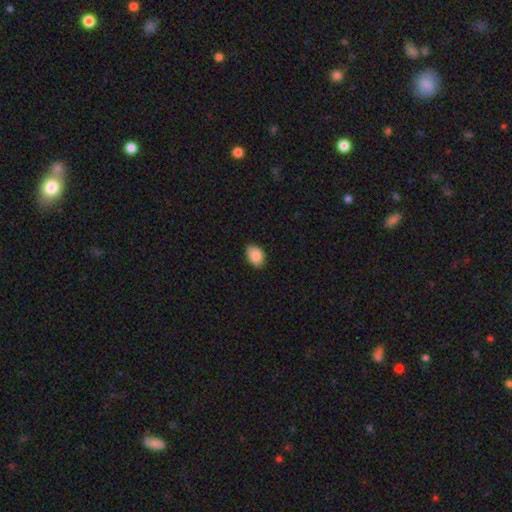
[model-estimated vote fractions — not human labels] The model was most divided on "how rounded": in between: 81%, round: 17%, cigar-shaped: 1%. More confident: smooth or featured — smooth (89%); merging — none (83%).